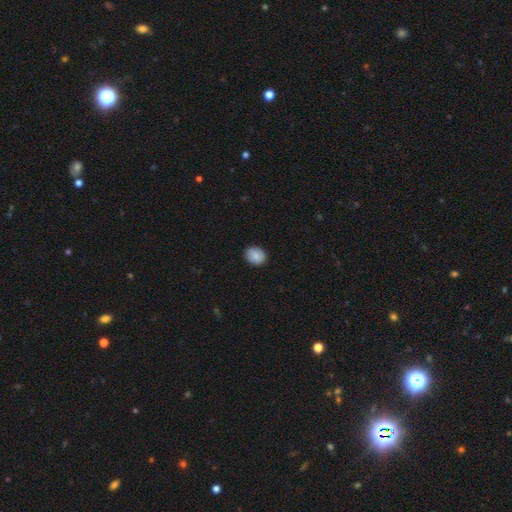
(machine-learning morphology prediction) smooth-or-featured: smooth: 87% | star or artifact: 7% | featured or disk: 5%
  how-rounded: round: 54% | in between: 45% | cigar-shaped: 1%
  merging: none: 88% | minor disturbance: 9% | major disturbance: 2% | merger: 1%